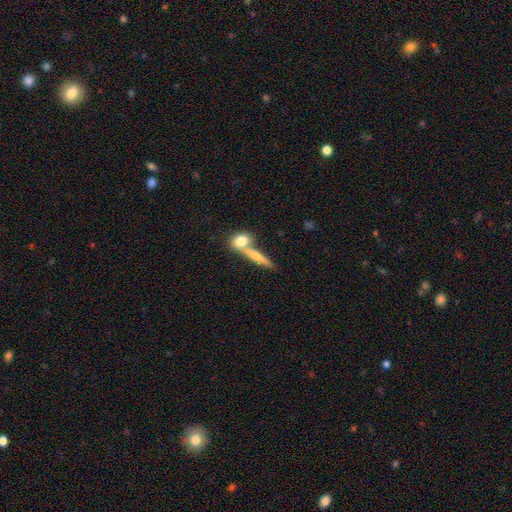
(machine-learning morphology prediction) type=smooth (64%); roundness=cigar-shaped (59%); merging=none (47%).